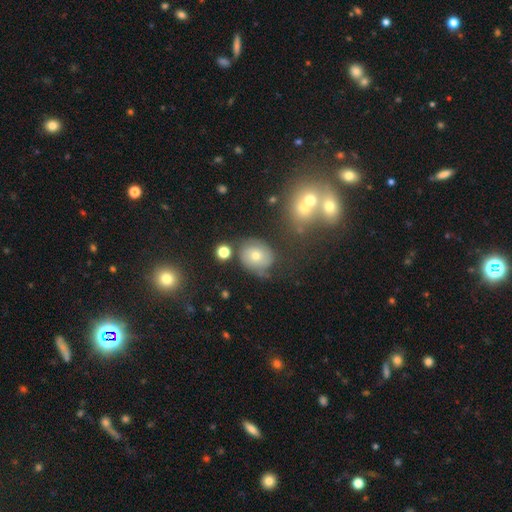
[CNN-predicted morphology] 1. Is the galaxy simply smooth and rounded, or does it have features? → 49% smooth, 37% featured or disk, 15% star or artifact.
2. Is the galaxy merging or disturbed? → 63% none, 20% minor disturbance, 10% major disturbance, 7% merger.